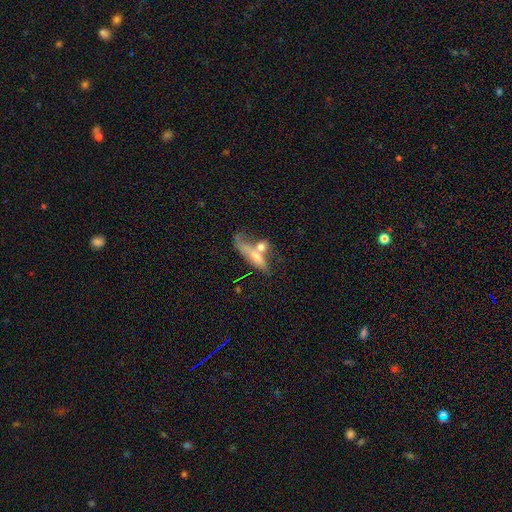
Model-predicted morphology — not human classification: smooth 55%, featured or disk 36%, star or artifact 9%. Down the decision tree: how rounded — cigar-shaped (51%); merging — merger (41%).